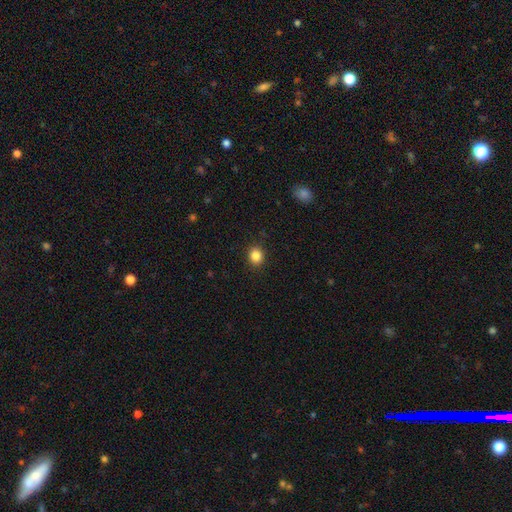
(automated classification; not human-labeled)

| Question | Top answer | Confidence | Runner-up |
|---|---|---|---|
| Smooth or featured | smooth | 85% | star or artifact (11%) |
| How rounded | round | 72% | in between (27%) |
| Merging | none | 90% | minor disturbance (7%) |